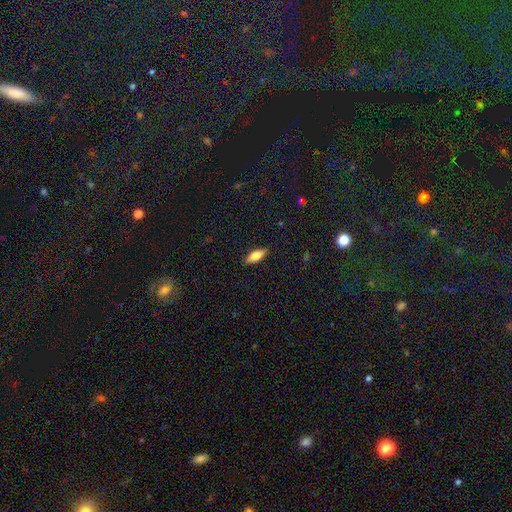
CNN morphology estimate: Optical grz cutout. It shows a smooth galaxy with no disk features (77%) that is in between round and cigar-shaped (70%). Merging: none (88%).